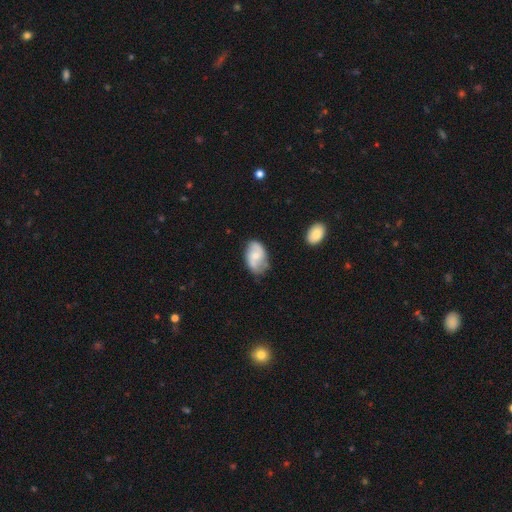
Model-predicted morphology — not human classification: type=featured or disk (50%); edge-on=no (96%); merging=none (63%).